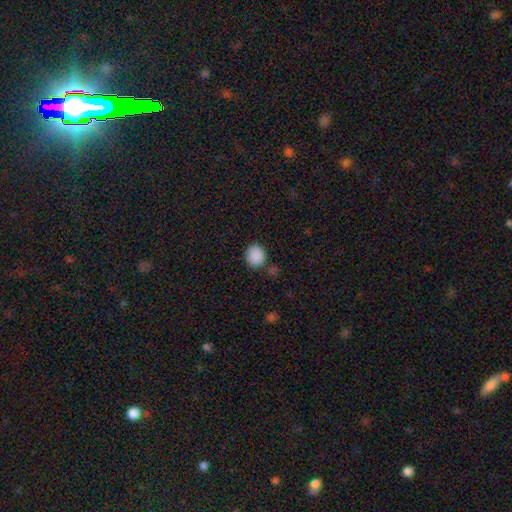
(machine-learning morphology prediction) This is clearly a smooth galaxy (88%). How rounded: likely round (72%). Merging: likely none (78%).